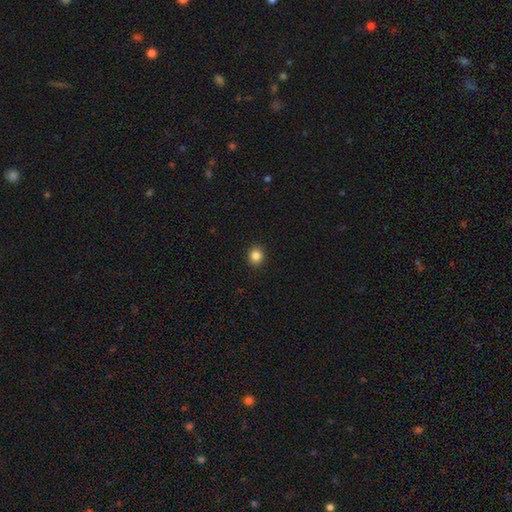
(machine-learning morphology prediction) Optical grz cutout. It shows a smooth galaxy with no disk features (85%) that is round (85%). Merging: none (92%).